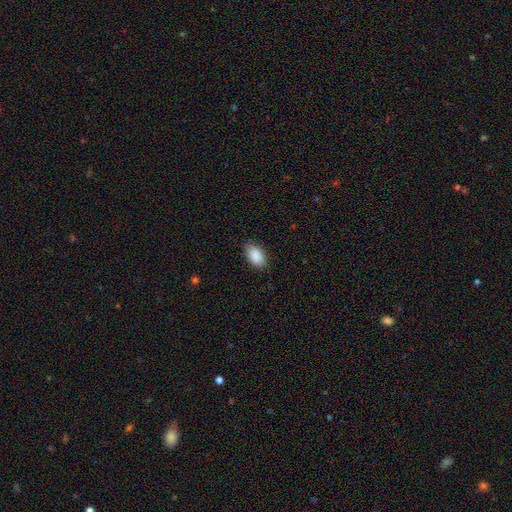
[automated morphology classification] Q: Smooth or featured?
A: smooth (89%); runner-up: star or artifact (6%)
Q: How rounded?
A: in between (93%); runner-up: round (5%)
Q: Merging?
A: none (84%); runner-up: minor disturbance (13%)